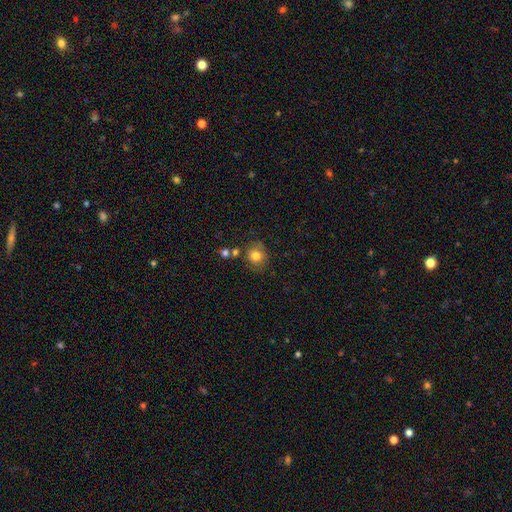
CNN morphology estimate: Smooth or featured?
  - smooth: 79% *
  - star or artifact: 11%
  - featured or disk: 10%
How rounded?
  - round: 79% *
  - in between: 20%
  - cigar-shaped: 1%
Merging?
  - none: 72% *
  - minor disturbance: 15%
  - merger: 9%
  - major disturbance: 4%